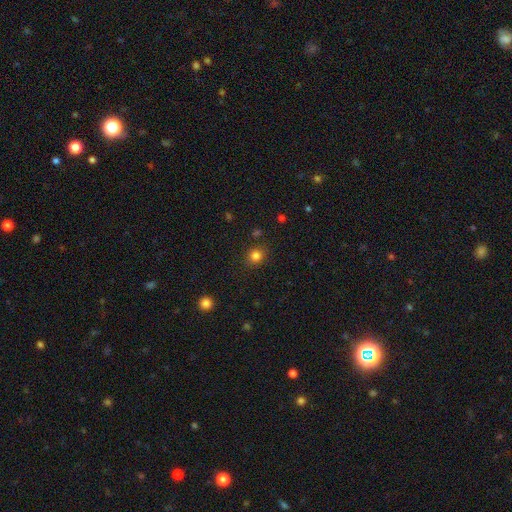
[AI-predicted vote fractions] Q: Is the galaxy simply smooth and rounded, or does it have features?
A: smooth — 82%.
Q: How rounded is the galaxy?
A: round — 83%.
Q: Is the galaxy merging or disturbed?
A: none — 87%.